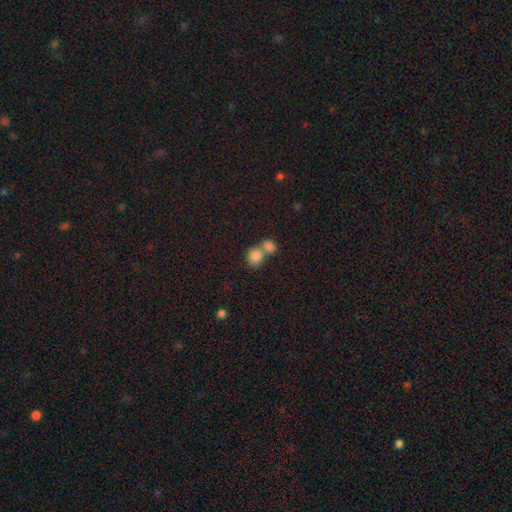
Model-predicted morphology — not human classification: The model was most divided on "merging": merger: 58%, none: 32%, minor disturbance: 7%, major disturbance: 3%. More confident: smooth or featured — smooth (84%); how rounded — round (68%).